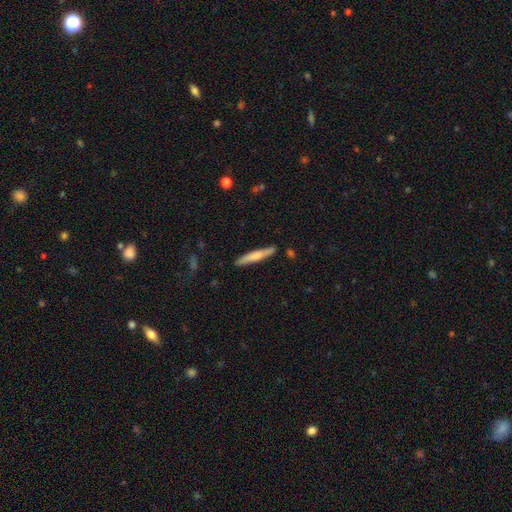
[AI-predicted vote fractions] Smooth or featured? smooth (61%)
How rounded? cigar-shaped (93%)
Merging? none (87%)